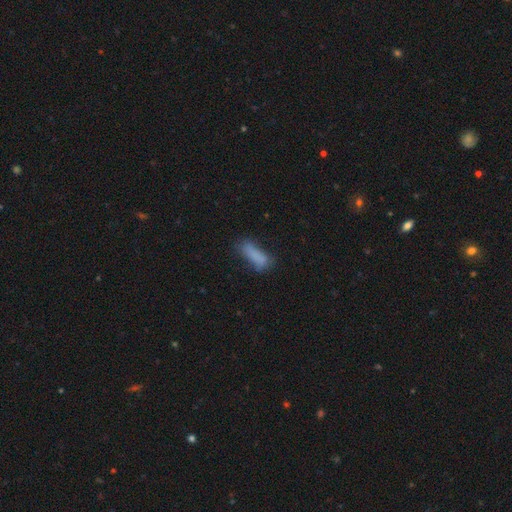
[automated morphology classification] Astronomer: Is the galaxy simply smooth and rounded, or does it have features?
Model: smooth — 77%.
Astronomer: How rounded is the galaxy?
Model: in between — 55% (runner-up: cigar-shaped, 42%).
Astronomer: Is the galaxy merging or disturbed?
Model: none — 49% (runner-up: minor disturbance, 29%).